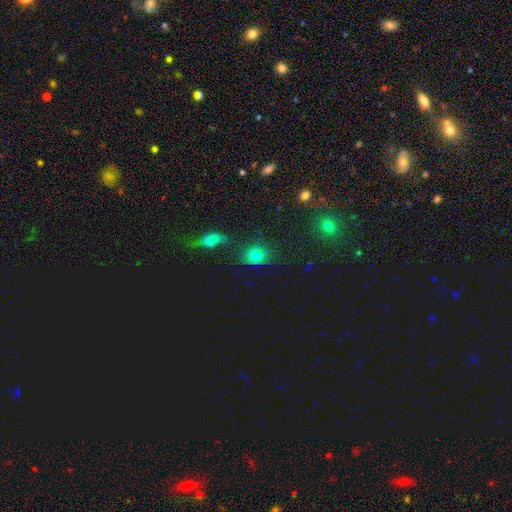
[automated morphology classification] smooth-or-featured: smooth: 77% | star or artifact: 14% | featured or disk: 8%
  how-rounded: round: 61% | in between: 38% | cigar-shaped: 2%
  merging: none: 67% | minor disturbance: 18% | merger: 8% | major disturbance: 7%